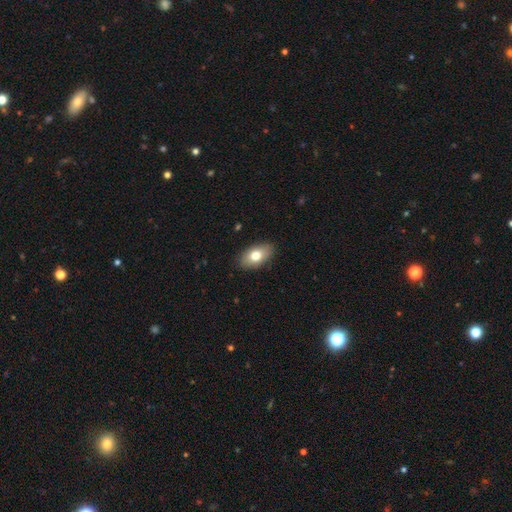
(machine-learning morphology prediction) This appears to be a smooth galaxy with no disk features (74%) that is in between round and cigar-shaped (92%). Merging: none (88%).